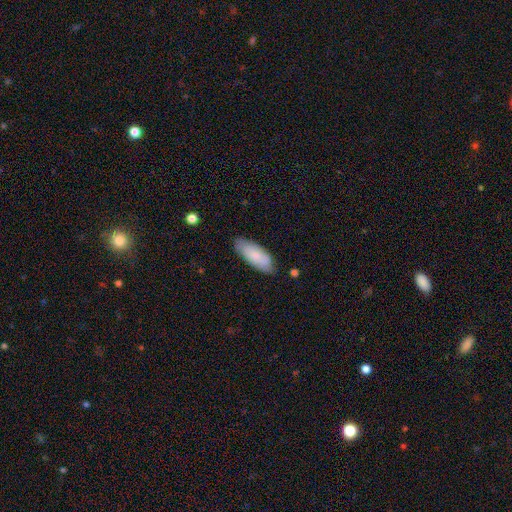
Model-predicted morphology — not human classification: This appears to be a smooth galaxy with no disk features (78%) that is in between round and cigar-shaped (78%). Merging: none (79%).